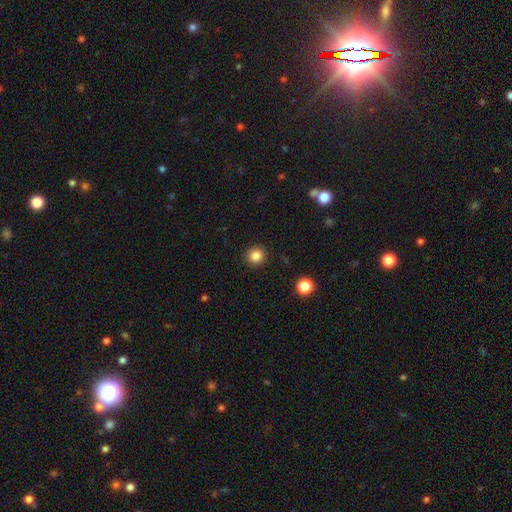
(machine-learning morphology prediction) Q: Smooth or featured?
A: smooth (85%); runner-up: star or artifact (11%)
Q: How rounded?
A: round (90%); runner-up: in between (9%)
Q: Merging?
A: none (92%); runner-up: minor disturbance (5%)